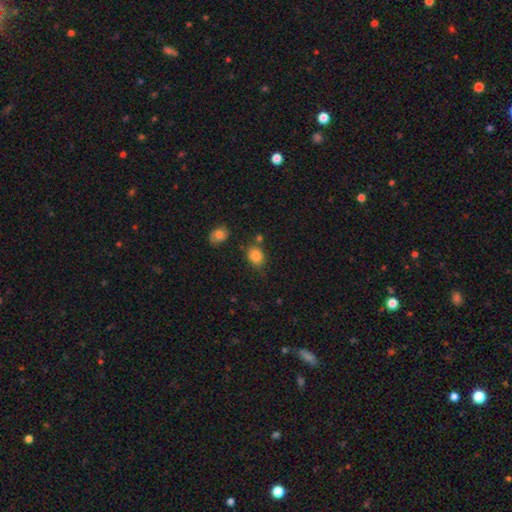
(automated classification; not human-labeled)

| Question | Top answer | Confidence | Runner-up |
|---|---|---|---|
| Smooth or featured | smooth | 84% | star or artifact (10%) |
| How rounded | in between | 58% | round (41%) |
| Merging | none | 70% | minor disturbance (17%) |